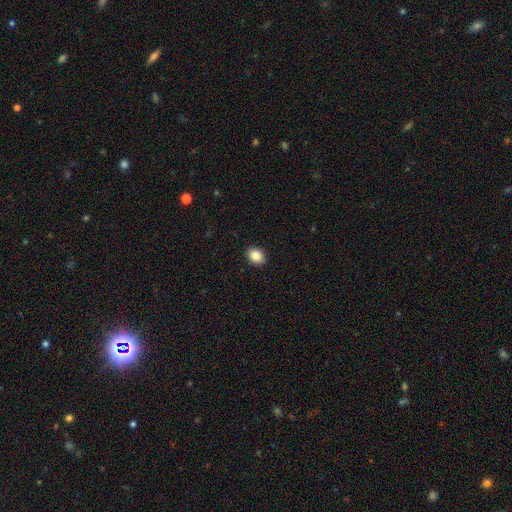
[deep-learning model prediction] smooth-or-featured: smooth: 87% | star or artifact: 8% | featured or disk: 5%
  how-rounded: in between: 68% | round: 31% | cigar-shaped: 1%
  merging: none: 91% | minor disturbance: 6% | major disturbance: 2% | merger: 1%